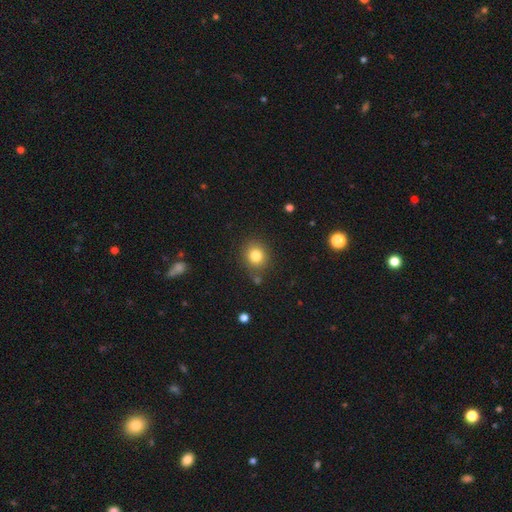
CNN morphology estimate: A smooth galaxy with no disk features (82%) that is round (78%).

Vote fractions:
- Smooth or featured? smooth: 82% / star or artifact: 11% / featured or disk: 7%
- How rounded? round: 78% / in between: 22% / cigar-shaped: 1%
- Merging? none: 82% / minor disturbance: 11% / merger: 4% / major disturbance: 3%